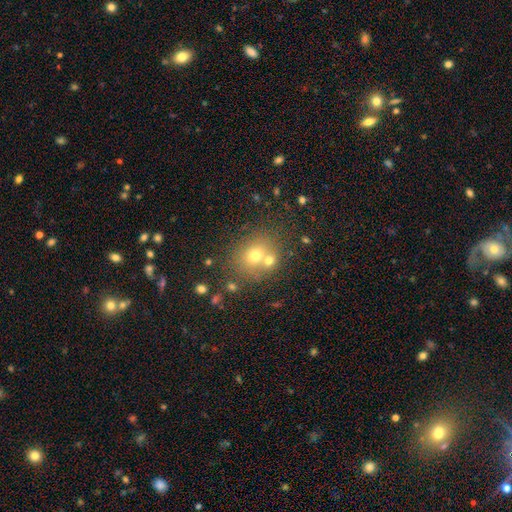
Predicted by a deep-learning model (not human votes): smooth_or_featured: smooth (p=0.65) [alt: featured or disk p=0.18]
how_rounded: round (p=0.69) [alt: in between p=0.30]
merging: none (p=0.56) [alt: merger p=0.30]